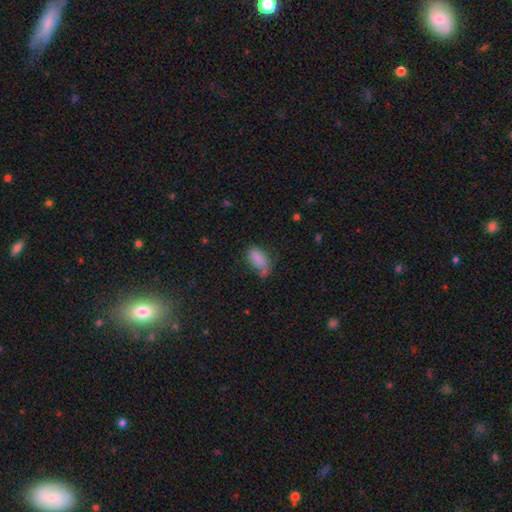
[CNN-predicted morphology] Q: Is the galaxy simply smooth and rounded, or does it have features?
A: smooth — 48%.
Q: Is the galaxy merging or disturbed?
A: none — 74%.